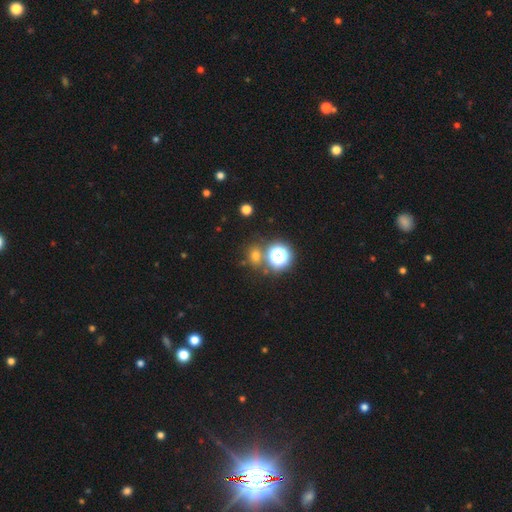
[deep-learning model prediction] smooth 59%, star or artifact 33%, featured or disk 8%. Down the decision tree: how rounded — round (70%); merging — none (73%).